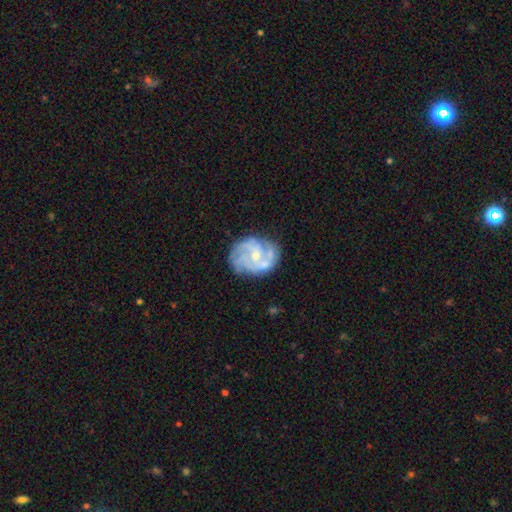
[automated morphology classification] Q: Smooth or featured?
A: featured or disk (82%); runner-up: smooth (12%)
Q: Edge-on disk?
A: no (98%); runner-up: yes (2%)
Q: Bar?
A: no (62%); runner-up: weak (32%)
Q: Spiral arms?
A: yes (91%); runner-up: no (9%)
Q: Spiral winding?
A: tight (48%); runner-up: medium (40%)
Q: Spiral arm count?
A: 3 (31%); runner-up: can't tell (25%)
Q: Bulge size?
A: small (60%); runner-up: moderate (34%)
Q: Merging?
A: none (66%); runner-up: minor disturbance (20%)